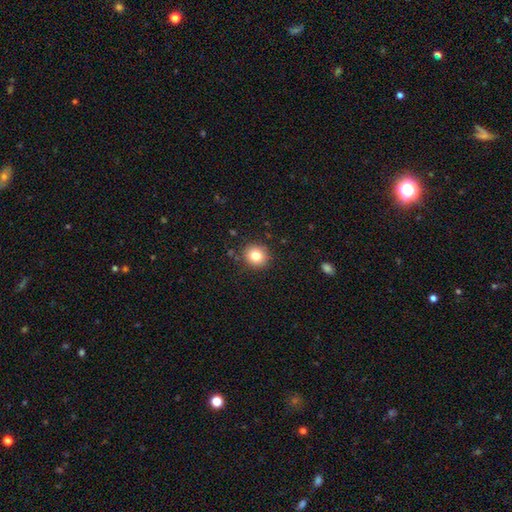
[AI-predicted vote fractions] Smooth or featured? Predicted: smooth (p=0.80). How rounded? Predicted: round (p=0.89). Merging? Predicted: none (p=0.88).